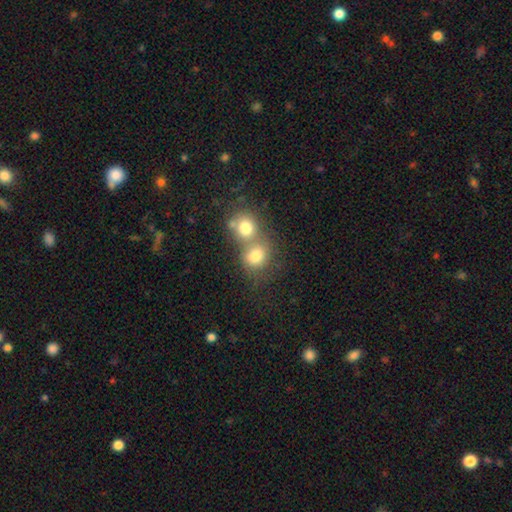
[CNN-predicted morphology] Smooth or featured: smooth — 77% (featured or disk — 12%)
How rounded: round — 75% (in between — 24%)
Merging: merger — 58% (none — 32%)